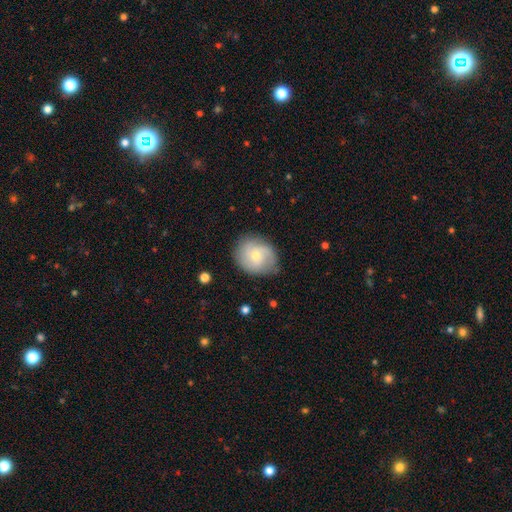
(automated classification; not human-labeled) smooth_or_featured: featured or disk (p=0.51) [alt: smooth p=0.42]
disk_edge_on: no (p=0.97) [alt: yes p=0.03]
merging: none (p=0.74) [alt: minor disturbance p=0.19]